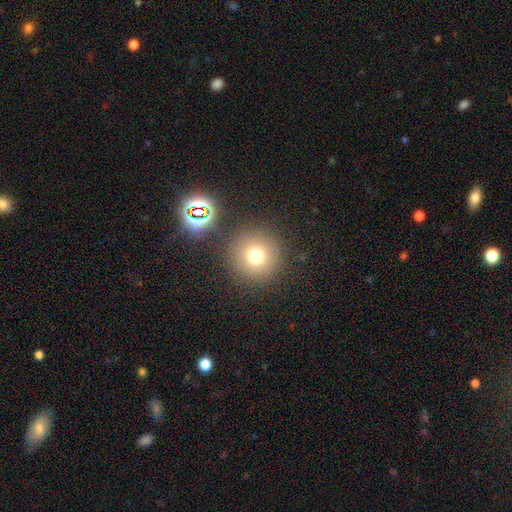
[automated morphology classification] Smooth or featured?
  - smooth: 72% *
  - star or artifact: 18%
  - featured or disk: 10%
How rounded?
  - round: 95% *
  - in between: 4%
  - cigar-shaped: 1%
Merging?
  - none: 84% *
  - minor disturbance: 7%
  - merger: 5%
  - major disturbance: 4%